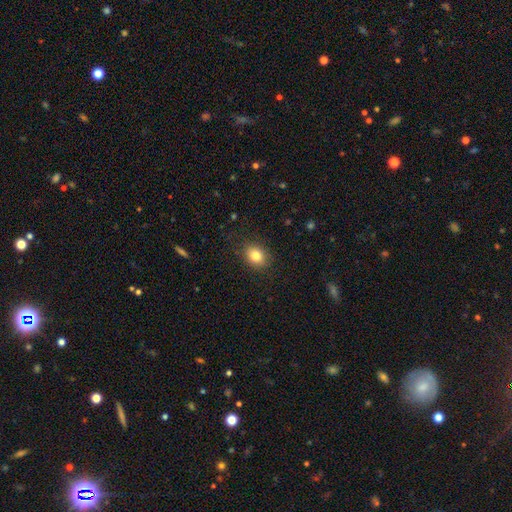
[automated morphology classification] smooth_or_featured: smooth (p=0.82) [alt: star or artifact p=0.10]
how_rounded: in between (p=0.55) [alt: round p=0.44]
merging: none (p=0.85) [alt: minor disturbance p=0.11]